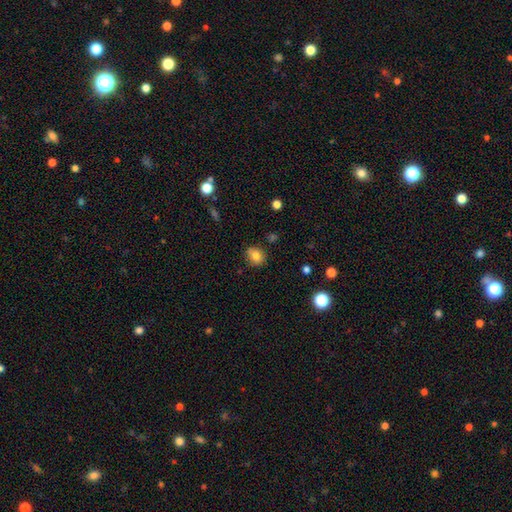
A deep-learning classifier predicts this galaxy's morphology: smooth-or-featured: smooth: 80% | star or artifact: 11% | featured or disk: 8%
  how-rounded: round: 67% | in between: 32% | cigar-shaped: 1%
  merging: none: 73% | minor disturbance: 18% | merger: 5% | major disturbance: 4%